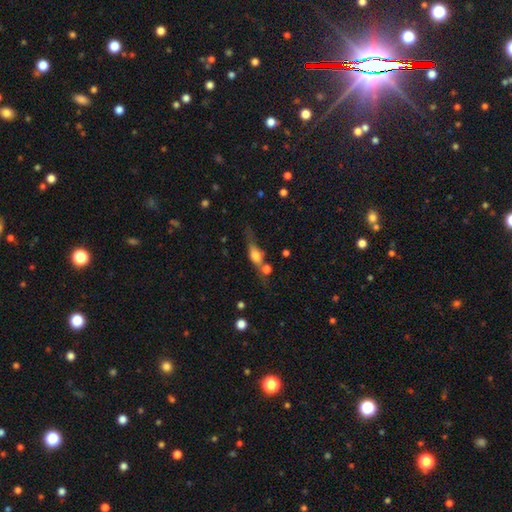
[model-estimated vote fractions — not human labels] A featured or disk galaxy (48%).

Vote fractions:
- Smooth or featured? featured or disk: 48% / smooth: 42% / star or artifact: 10%
- Merging? none: 50% / minor disturbance: 19% / merger: 19% / major disturbance: 12%